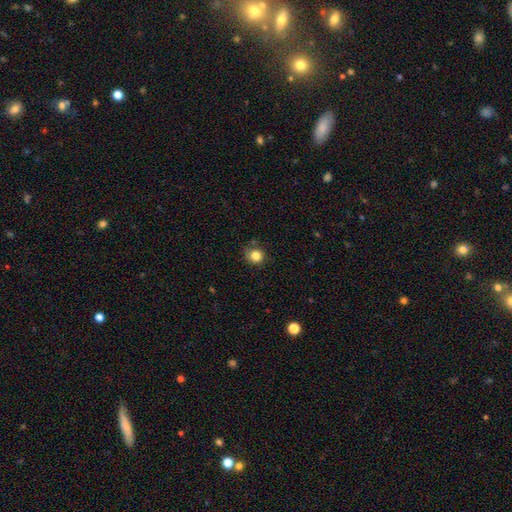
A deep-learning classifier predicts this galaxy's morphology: A smooth galaxy with no disk features (83%) that is round (87%).

Vote fractions:
- Smooth or featured? smooth: 83% / star or artifact: 11% / featured or disk: 6%
- How rounded? round: 87% / in between: 12% / cigar-shaped: 1%
- Merging? none: 73% / minor disturbance: 19% / major disturbance: 4% / merger: 3%